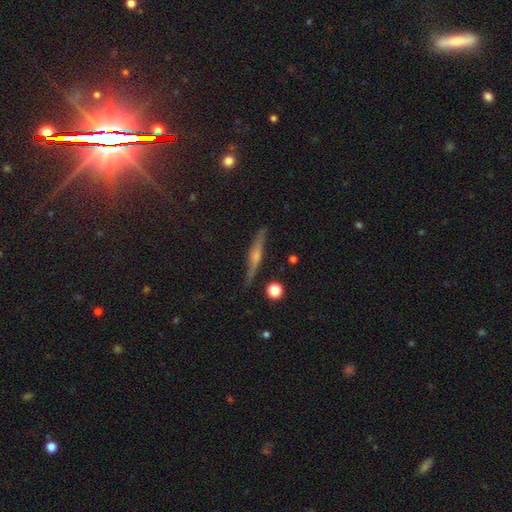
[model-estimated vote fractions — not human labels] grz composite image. It shows a featured or disk galaxy (69%) viewed edge-on (96%) with a rounded central bulge (74%). Merging: none (87%).